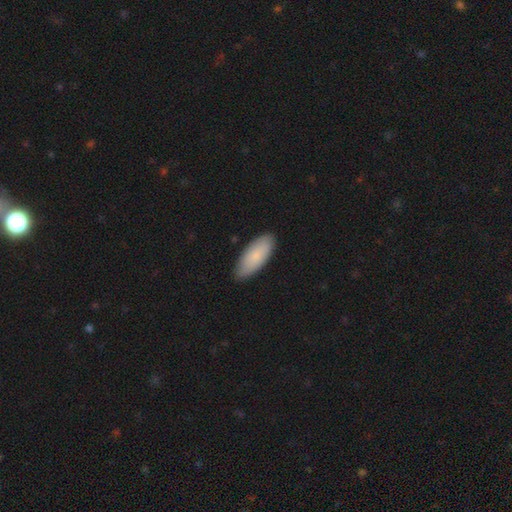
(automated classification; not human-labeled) Q: Smooth or featured?
A: smooth (83%); runner-up: featured or disk (12%)
Q: How rounded?
A: in between (82%); runner-up: cigar-shaped (17%)
Q: Merging?
A: none (86%); runner-up: minor disturbance (11%)